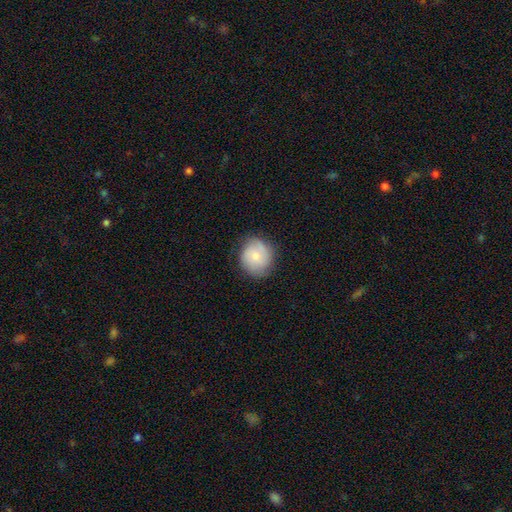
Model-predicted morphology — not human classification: smooth 65%, featured or disk 28%, star or artifact 7%. Down the decision tree: how rounded — round (81%); merging — none (77%).